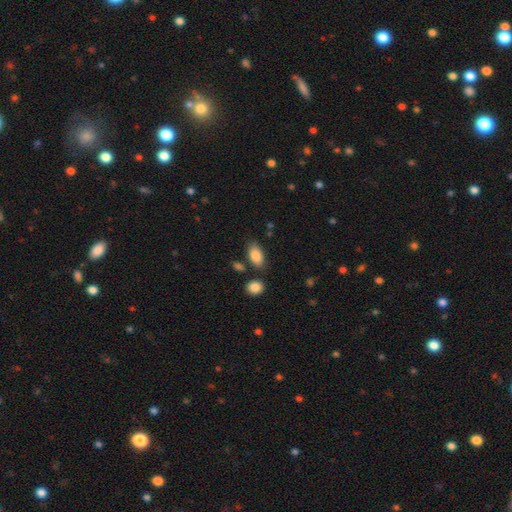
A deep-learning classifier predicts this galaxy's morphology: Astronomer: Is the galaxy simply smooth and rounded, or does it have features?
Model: smooth — 87%.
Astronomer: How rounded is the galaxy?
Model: in between — 91%.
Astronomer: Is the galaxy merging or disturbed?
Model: none — 76%.